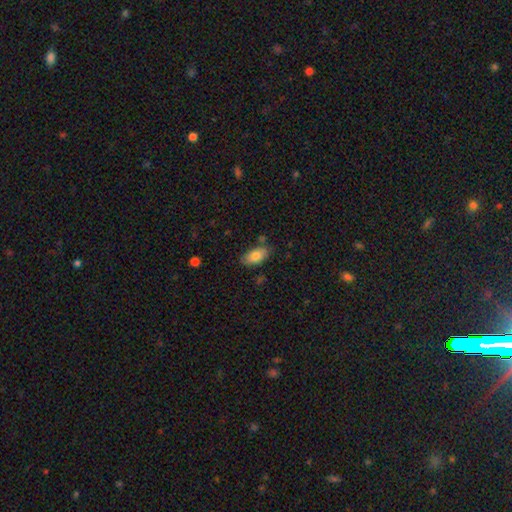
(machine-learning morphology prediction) This appears to be a smooth galaxy with no disk features (80%) that is in between round and cigar-shaped (92%). Merging: none (76%).